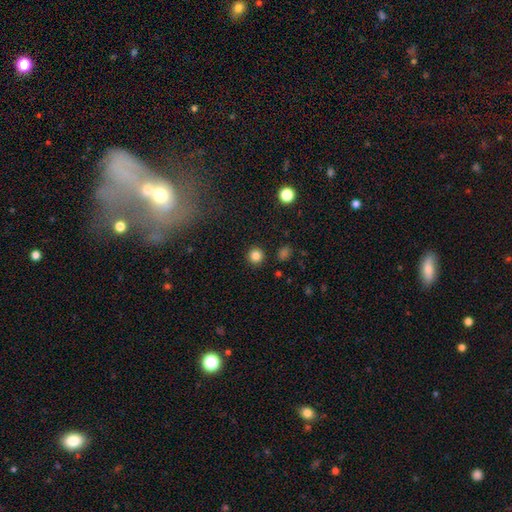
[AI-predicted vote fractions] This appears to be a smooth galaxy with no disk features (84%) that is round (94%). Merging: none (91%).